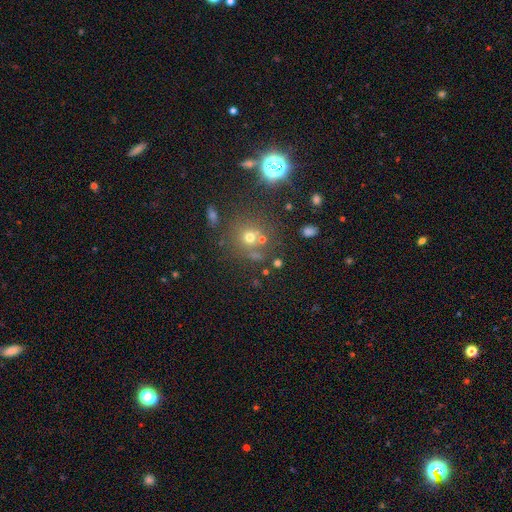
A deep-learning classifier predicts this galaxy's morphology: The model was most divided on "smooth or featured": smooth: 48%, star or artifact: 40%, featured or disk: 12%. More confident: merging — none (70%).